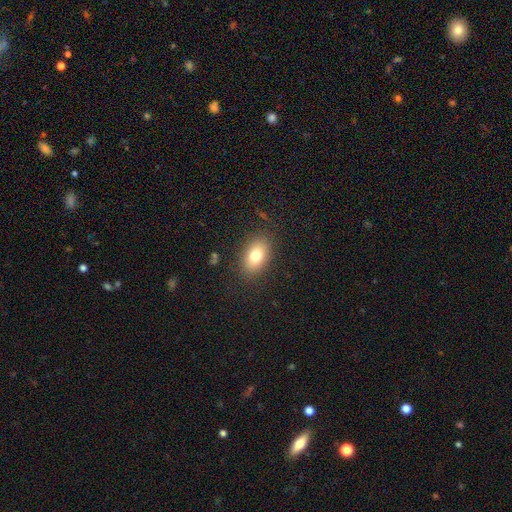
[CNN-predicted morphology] Overall: smooth (78%). How rounded: in between (86%). Merging: none (85%).